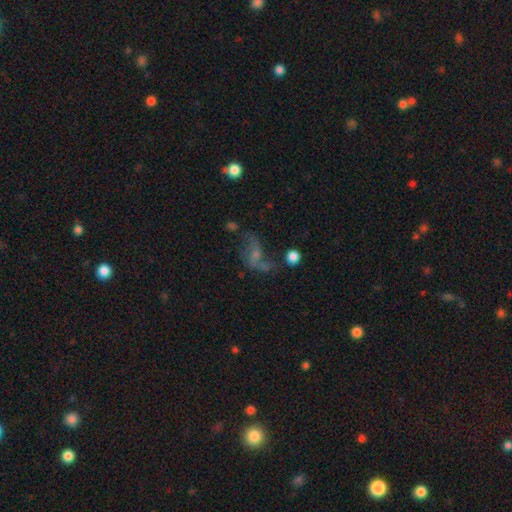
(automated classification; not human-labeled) Smooth or featured?
  - featured or disk: 65% *
  - smooth: 20%
  - star or artifact: 15%
Edge-on disk?
  - no: 96% *
  - yes: 4%
Bar?
  - no: 51% *
  - weak: 39%
  - strong: 10%
Spiral arms?
  - yes: 79% *
  - no: 21%
Bulge size?
  - small: 48% *
  - none: 26%
  - moderate: 22%
  - large: 3%
  - dominant: 1%
Merging?
  - none: 44% *
  - major disturbance: 26%
  - minor disturbance: 19%
  - merger: 11%